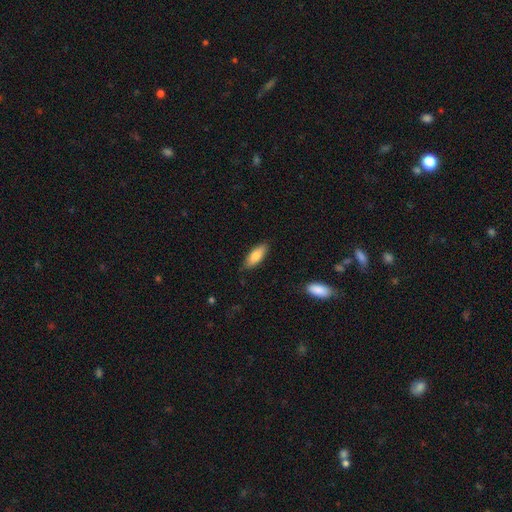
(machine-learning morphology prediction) Overall: smooth (82%). How rounded: in between (69%). Merging: none (85%).